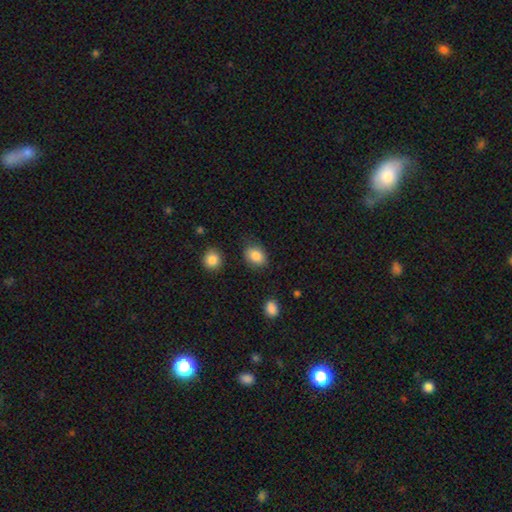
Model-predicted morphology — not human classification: type=smooth (85%); roundness=in between (72%); merging=none (78%).